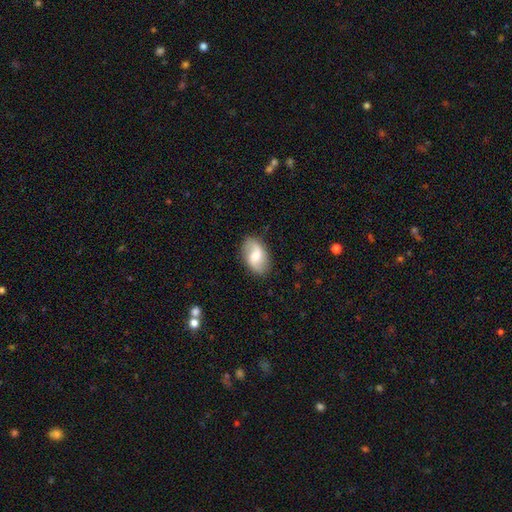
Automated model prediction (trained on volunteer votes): smooth_or_featured: featured or disk (p=0.54) [alt: smooth p=0.38]
disk_edge_on: no (p=0.96) [alt: yes p=0.04]
bar: weak (p=0.51) [alt: no p=0.32]
has_spiral_arms: yes (p=0.88) [alt: no p=0.12]
bulge_size: moderate (p=0.44) [alt: small p=0.23]
merging: none (p=0.82) [alt: minor disturbance p=0.13]